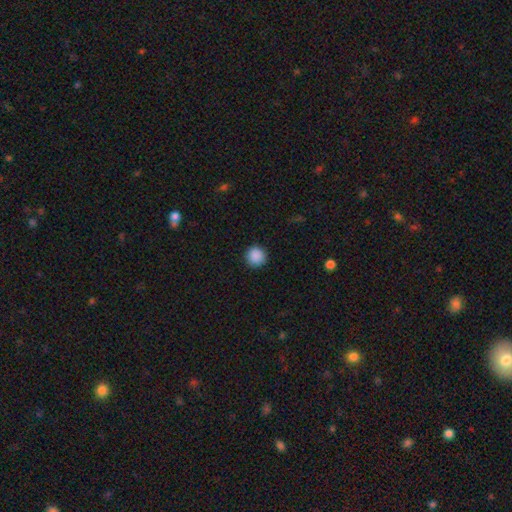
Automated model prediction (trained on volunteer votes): Smooth or featured: smooth — 89% (star or artifact — 9%)
How rounded: round — 95% (in between — 4%)
Merging: none — 92% (minor disturbance — 6%)